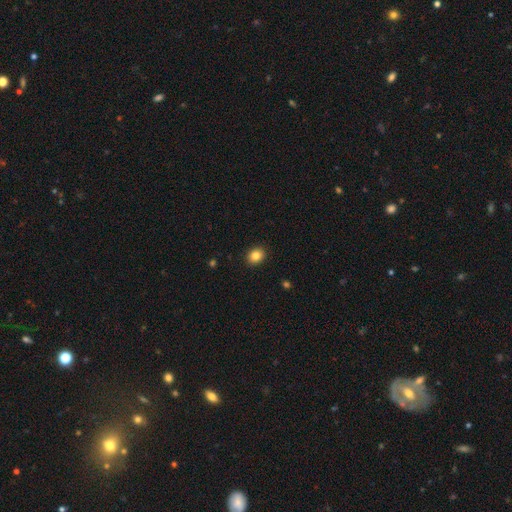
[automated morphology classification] Q: Smooth or featured?
A: smooth (84%); runner-up: star or artifact (10%)
Q: How rounded?
A: round (62%); runner-up: in between (37%)
Q: Merging?
A: none (91%); runner-up: minor disturbance (6%)